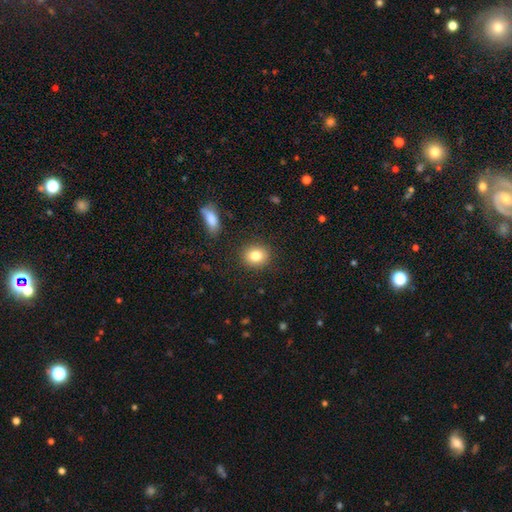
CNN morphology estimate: smooth-or-featured: smooth: 82% | star or artifact: 10% | featured or disk: 8%
  how-rounded: round: 73% | in between: 26% | cigar-shaped: 1%
  merging: none: 89% | minor disturbance: 7% | major disturbance: 2% | merger: 2%